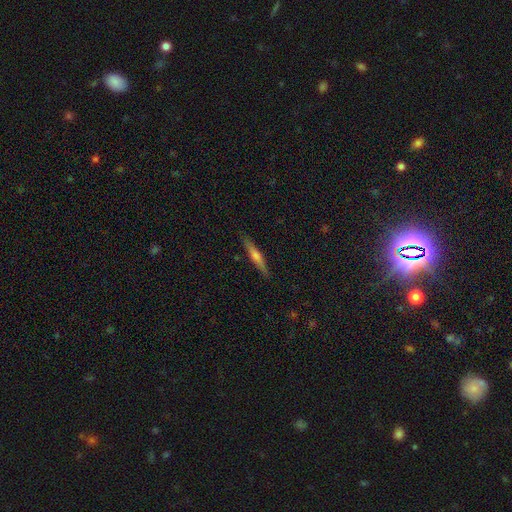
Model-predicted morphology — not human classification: smooth-or-featured: featured or disk: 58% | smooth: 35% | star or artifact: 7%
  disk-edge-on: yes: 97% | no: 3%
    edge-on-bulge: rounded: 74% | none: 14% | boxy: 13%
  merging: none: 89% | minor disturbance: 8% | major disturbance: 2% | merger: 1%